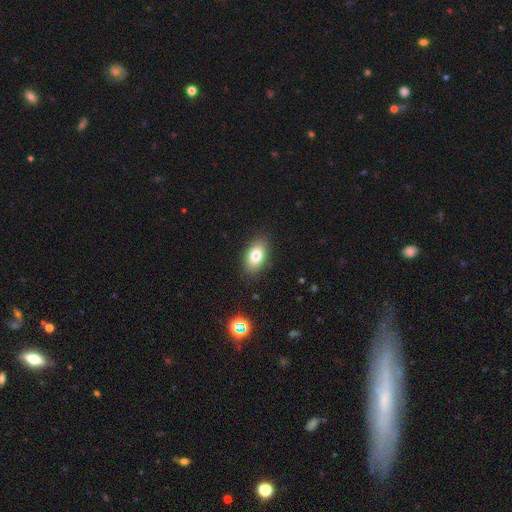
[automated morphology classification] Q: Smooth or featured?
A: smooth (79%); runner-up: featured or disk (12%)
Q: How rounded?
A: in between (90%); runner-up: round (8%)
Q: Merging?
A: none (87%); runner-up: minor disturbance (9%)